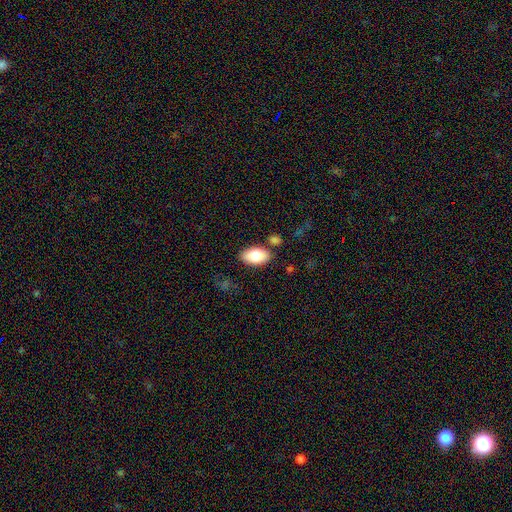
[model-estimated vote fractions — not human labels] smooth_or_featured: smooth (p=0.83) [alt: featured or disk p=0.11]
how_rounded: in between (p=0.94) [alt: round p=0.04]
merging: none (p=0.82) [alt: minor disturbance p=0.10]